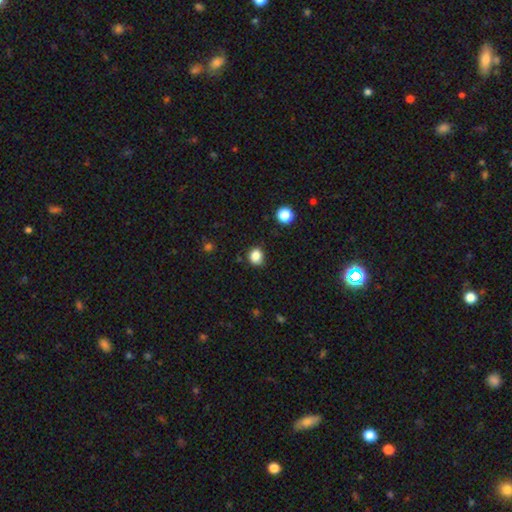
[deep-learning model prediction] smooth-or-featured: smooth: 85% | star or artifact: 12% | featured or disk: 4%
  how-rounded: round: 75% | in between: 24% | cigar-shaped: 1%
  merging: none: 80% | minor disturbance: 15% | major disturbance: 3% | merger: 2%